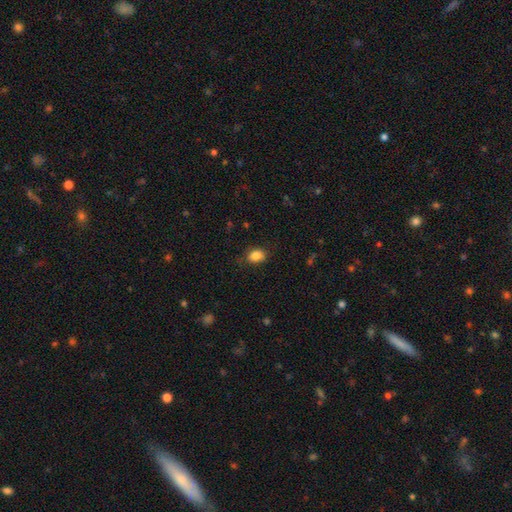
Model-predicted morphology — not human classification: Smooth or featured?
  - smooth: 85% *
  - star or artifact: 9%
  - featured or disk: 6%
How rounded?
  - in between: 73% *
  - round: 26%
  - cigar-shaped: 1%
Merging?
  - none: 77% *
  - minor disturbance: 18%
  - major disturbance: 4%
  - merger: 1%